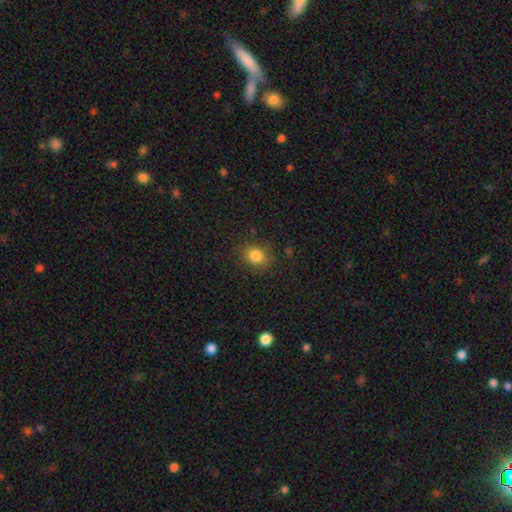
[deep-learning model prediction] A smooth galaxy with no disk features (83%) that is in between round and cigar-shaped (51%). Merging: none (83%).